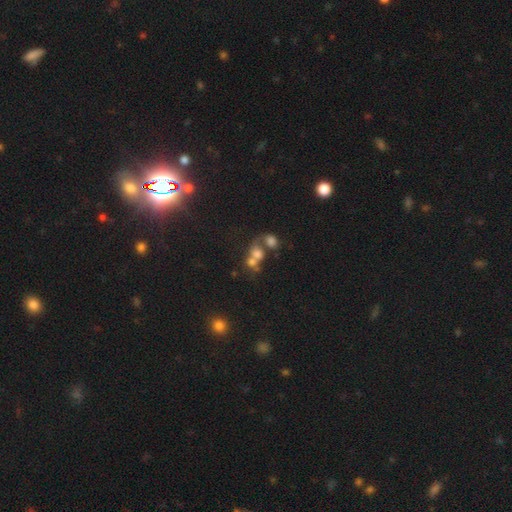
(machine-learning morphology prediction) Overall: smooth (60%; featured or disk 23%). How rounded: round (61%; in between 38%). Merging: merger (60%; none 23%).